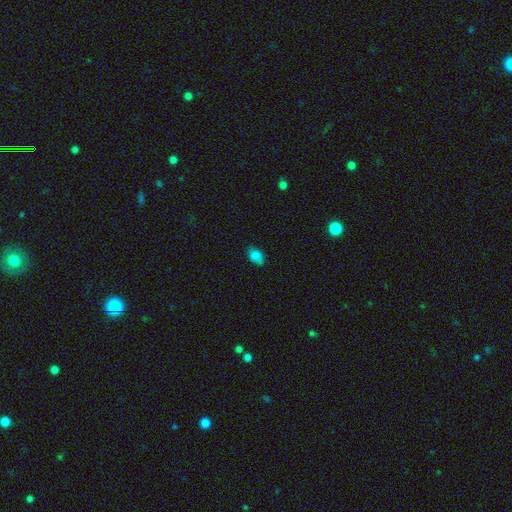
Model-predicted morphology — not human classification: Q: Smooth or featured?
A: smooth (84%); runner-up: star or artifact (11%)
Q: How rounded?
A: in between (84%); runner-up: round (14%)
Q: Merging?
A: none (75%); runner-up: minor disturbance (20%)